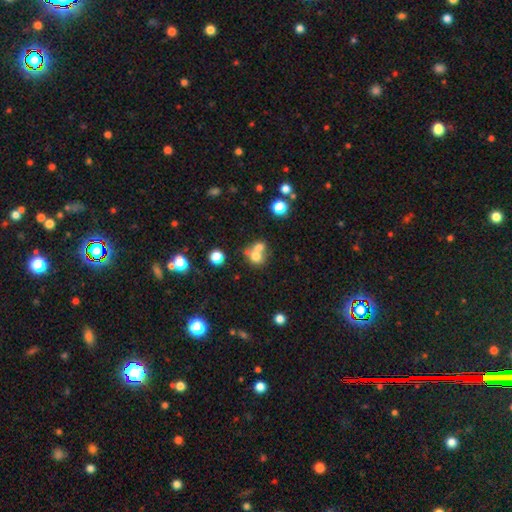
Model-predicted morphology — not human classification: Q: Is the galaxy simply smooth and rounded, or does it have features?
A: smooth — 69%.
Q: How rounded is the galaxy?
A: round — 74%.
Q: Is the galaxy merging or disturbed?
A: merger — 58%.